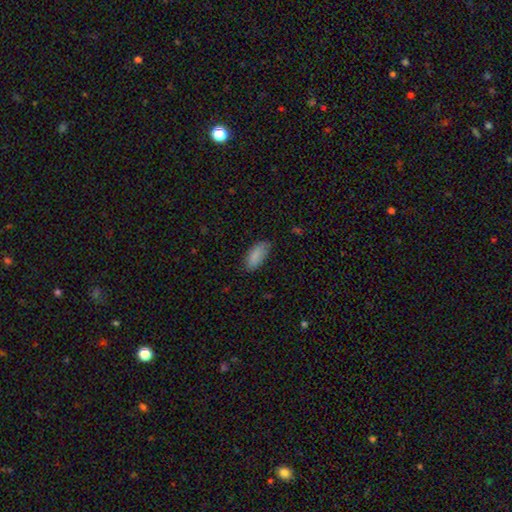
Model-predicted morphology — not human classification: smooth-or-featured: smooth: 87% | star or artifact: 7% | featured or disk: 6%
  how-rounded: in between: 88% | cigar-shaped: 10% | round: 2%
  merging: none: 74% | minor disturbance: 21% | major disturbance: 4% | merger: 1%